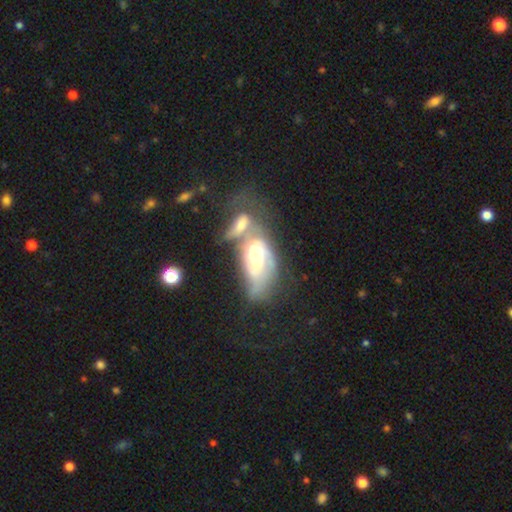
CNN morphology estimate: Q: Smooth or featured?
A: featured or disk (63%); runner-up: smooth (30%)
Q: Edge-on disk?
A: no (90%); runner-up: yes (10%)
Q: Bar?
A: no (60%); runner-up: weak (29%)
Q: Spiral arms?
A: yes (69%); runner-up: no (31%)
Q: Bulge size?
A: moderate (48%); runner-up: small (24%)
Q: Merging?
A: merger (55%); runner-up: major disturbance (19%)